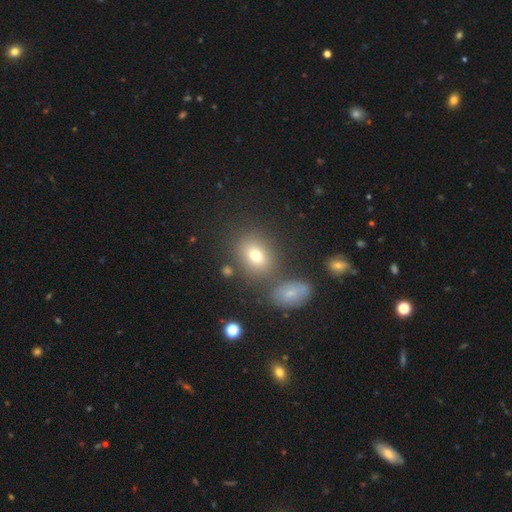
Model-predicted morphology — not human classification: smooth 73%, star or artifact 14%, featured or disk 13%. Down the decision tree: how rounded — round (52%); merging — none (74%).